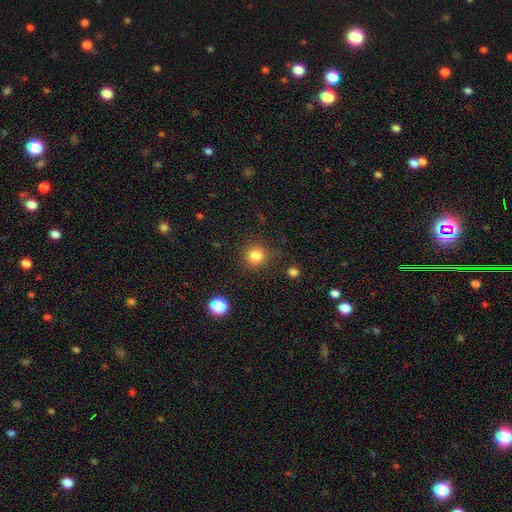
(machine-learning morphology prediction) Smooth or featured: smooth — 83% (star or artifact — 12%)
How rounded: round — 92% (in between — 7%)
Merging: none — 85% (minor disturbance — 9%)